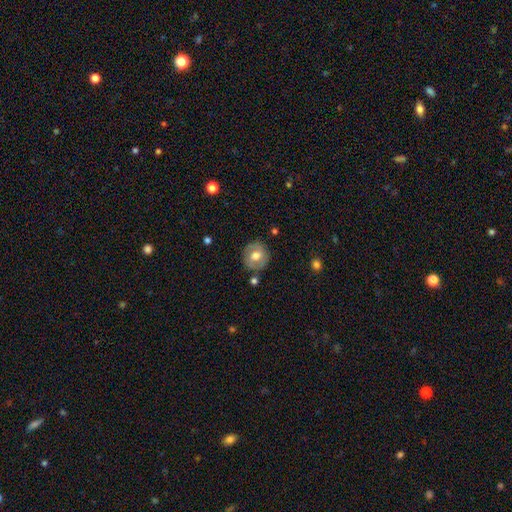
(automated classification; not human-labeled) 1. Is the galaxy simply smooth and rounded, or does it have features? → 52% smooth, 41% featured or disk, 7% star or artifact.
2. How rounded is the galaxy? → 85% round, 14% in between, 1% cigar-shaped.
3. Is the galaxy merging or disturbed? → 81% none, 12% minor disturbance, 3% major disturbance, 3% merger.